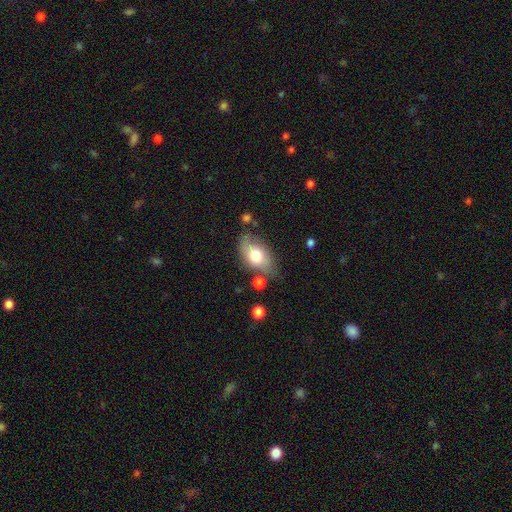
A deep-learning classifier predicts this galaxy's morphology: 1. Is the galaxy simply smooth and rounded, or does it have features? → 68% smooth, 25% featured or disk, 7% star or artifact.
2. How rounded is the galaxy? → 89% in between, 9% round, 2% cigar-shaped.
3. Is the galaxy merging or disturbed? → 62% none, 24% minor disturbance, 7% major disturbance, 7% merger.